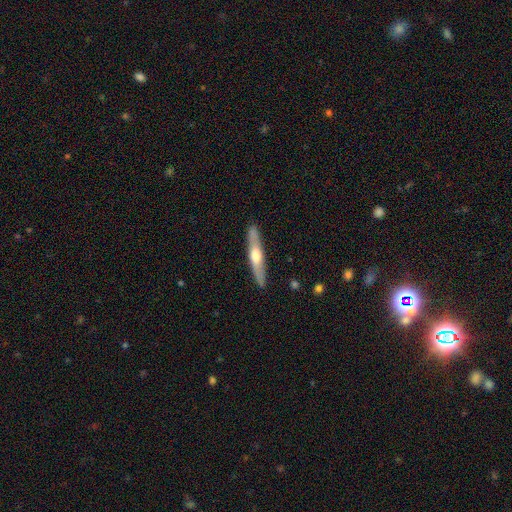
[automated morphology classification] Overall: featured or disk (54%; smooth 41%). Edge-on disk: yes (91%). Merging: none (90%).